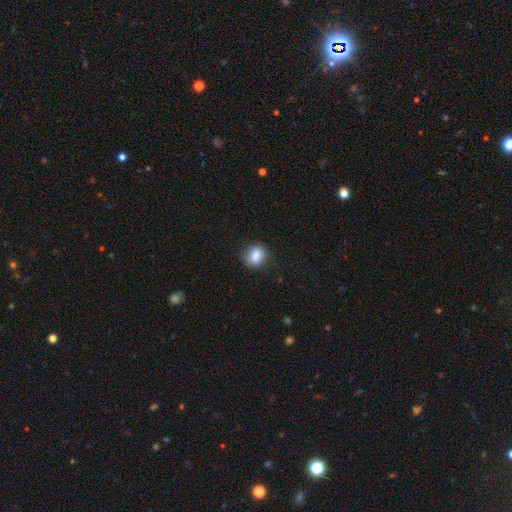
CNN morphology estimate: smooth 83%, star or artifact 9%, featured or disk 8%. Down the decision tree: how rounded — round (53%); merging — none (83%).